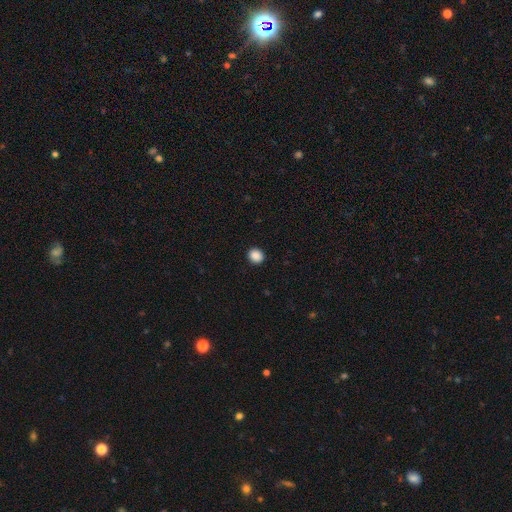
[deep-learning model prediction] The model was most divided on "how rounded": round: 80%, in between: 19%, cigar-shaped: 1%. More confident: merging — none (92%); smooth or featured — smooth (89%).